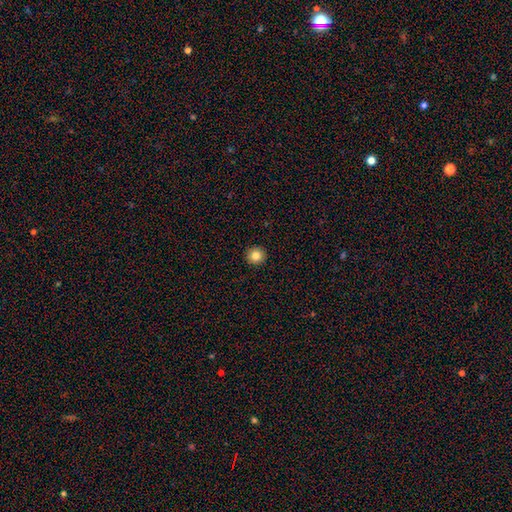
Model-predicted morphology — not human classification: This appears to be a smooth galaxy with no disk features (83%) that is round (95%). Merging: none (93%).